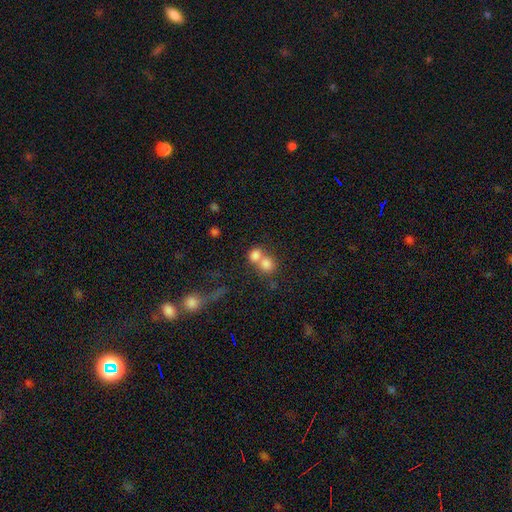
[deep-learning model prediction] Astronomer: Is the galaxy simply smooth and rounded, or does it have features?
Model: smooth — 76%.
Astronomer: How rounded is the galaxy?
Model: round — 73%.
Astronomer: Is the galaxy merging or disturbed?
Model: merger — 63%.